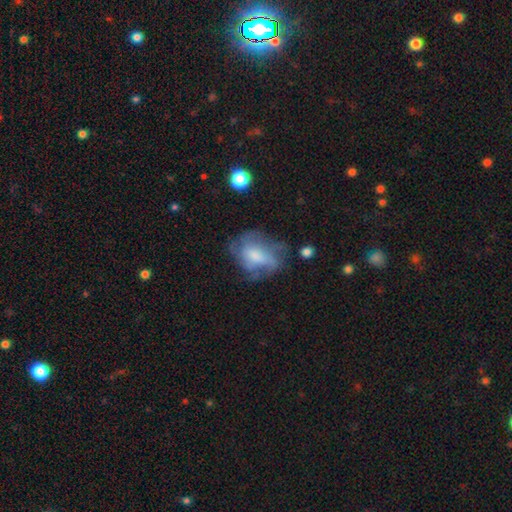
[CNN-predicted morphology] smooth_or_featured: featured or disk (p=0.45) [tied with: smooth p=0.45]
merging: none (p=0.41) [alt: major disturbance p=0.29]